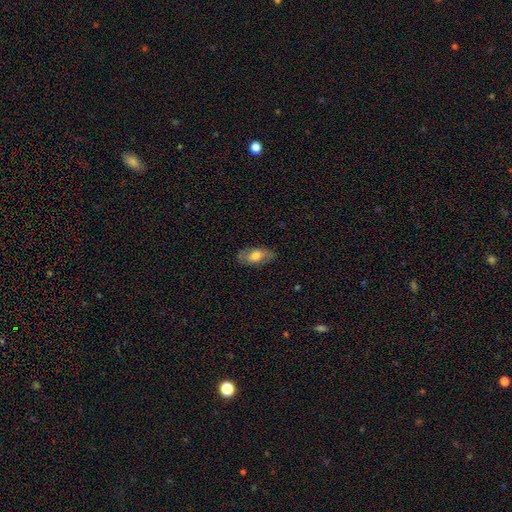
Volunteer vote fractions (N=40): Volunteers were most divided on "smooth or featured": smooth: 70%, featured or disk: 25%, star or artifact: 5%. More confident: how rounded — in between (89%); merging — none (84%).